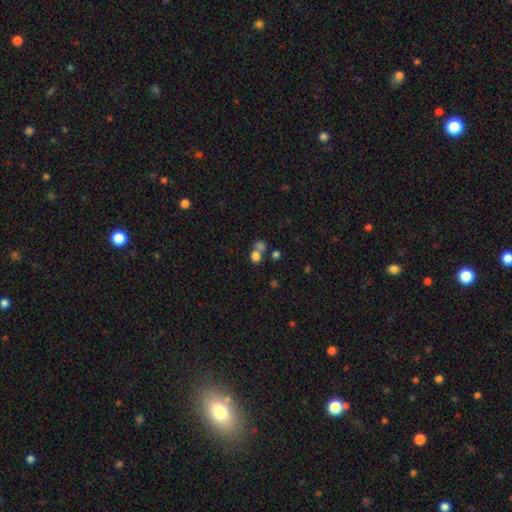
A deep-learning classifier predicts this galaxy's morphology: Q: Smooth or featured?
A: smooth (75%); runner-up: star or artifact (14%)
Q: How rounded?
A: round (61%); runner-up: in between (38%)
Q: Merging?
A: merger (53%); runner-up: none (34%)